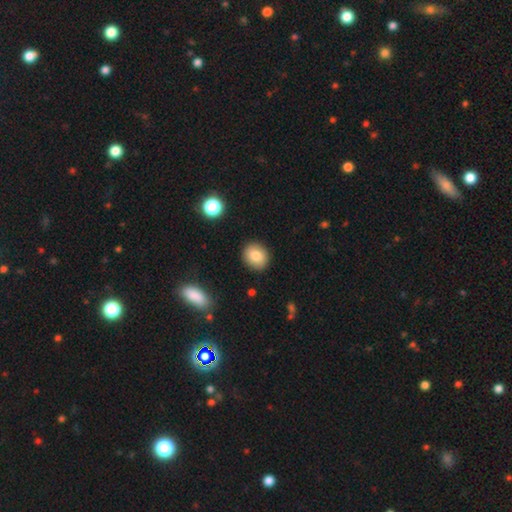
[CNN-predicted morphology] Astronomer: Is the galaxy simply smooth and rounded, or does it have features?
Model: smooth — 82%.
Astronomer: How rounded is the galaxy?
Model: round — 72%.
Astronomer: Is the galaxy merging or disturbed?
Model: none — 89%.